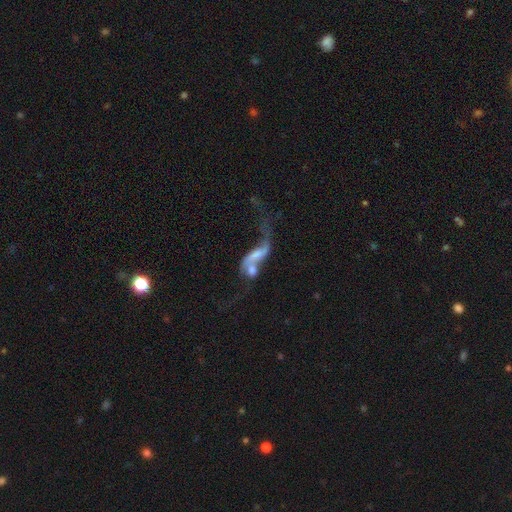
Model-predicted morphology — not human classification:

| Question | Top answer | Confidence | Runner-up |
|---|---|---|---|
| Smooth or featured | featured or disk | 64% | smooth (26%) |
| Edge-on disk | no | 89% | yes (11%) |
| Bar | no | 50% | weak (31%) |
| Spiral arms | yes | 70% | no (30%) |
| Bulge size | none | 41% | small (26%) |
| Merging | merger | 56% | major disturbance (19%) |